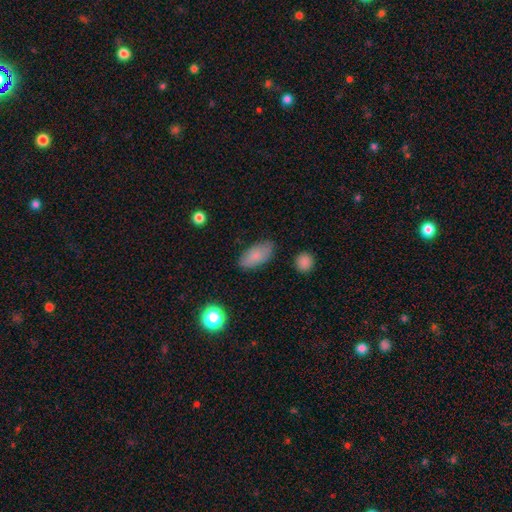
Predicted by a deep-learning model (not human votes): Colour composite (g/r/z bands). It shows a smooth galaxy with no disk features (83%) that is in between round and cigar-shaped (91%). Merging: none (80%).